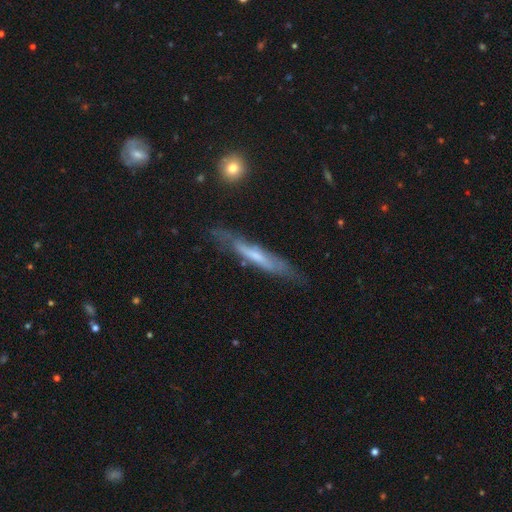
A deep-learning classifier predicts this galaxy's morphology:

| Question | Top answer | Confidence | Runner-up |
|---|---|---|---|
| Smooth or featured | featured or disk | 59% | smooth (34%) |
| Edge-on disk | yes | 73% | no (27%) |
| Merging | none | 70% | minor disturbance (21%) |